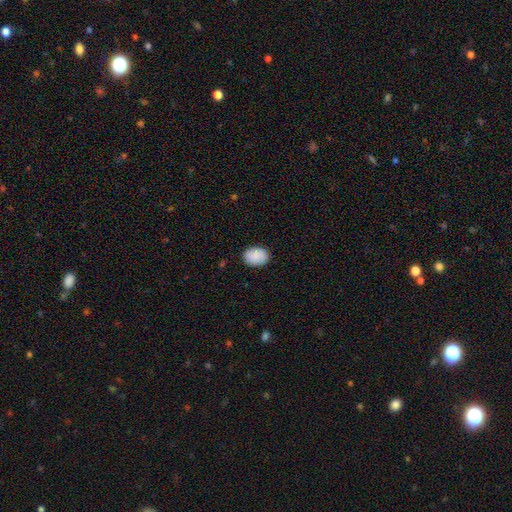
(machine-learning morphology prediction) type=smooth (88%); roundness=in between (70%); merging=none (87%).